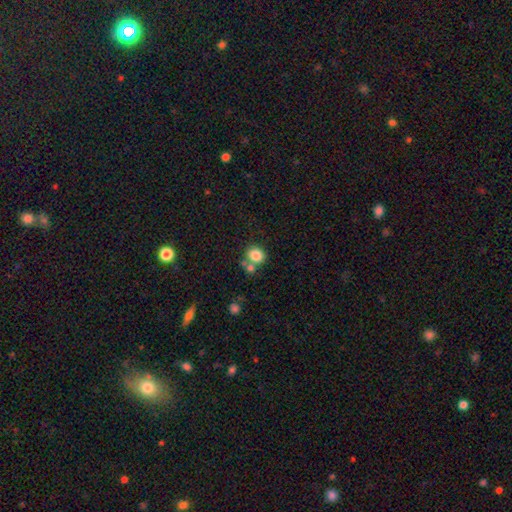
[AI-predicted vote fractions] Morphology: type=smooth (83%); roundness=round (67%); merging=none (58%).